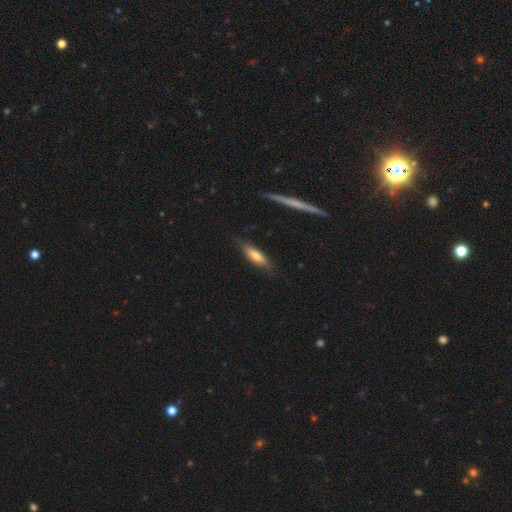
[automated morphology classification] type=smooth (63%); roundness=cigar-shaped (59%); merging=none (80%).